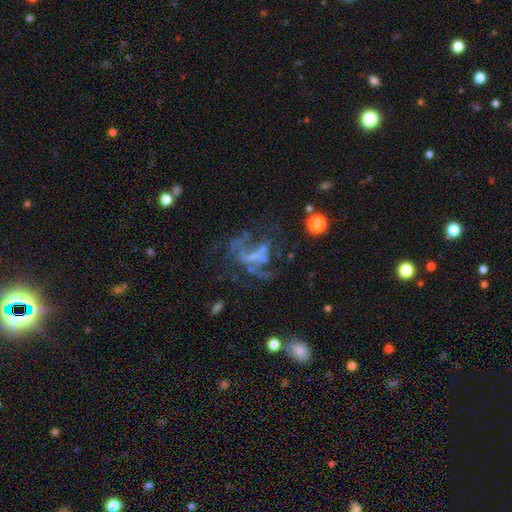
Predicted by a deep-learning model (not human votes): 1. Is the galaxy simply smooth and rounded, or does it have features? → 63% featured or disk, 22% star or artifact, 15% smooth.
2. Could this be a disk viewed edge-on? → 97% no, 3% yes.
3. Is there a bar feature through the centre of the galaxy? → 58% no, 25% weak, 16% strong.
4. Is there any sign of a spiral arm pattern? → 61% no, 39% yes.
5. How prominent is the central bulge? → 64% none, 20% small, 12% moderate, 3% large, 1% dominant.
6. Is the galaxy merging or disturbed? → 40% major disturbance, 35% none, 14% minor disturbance, 11% merger.